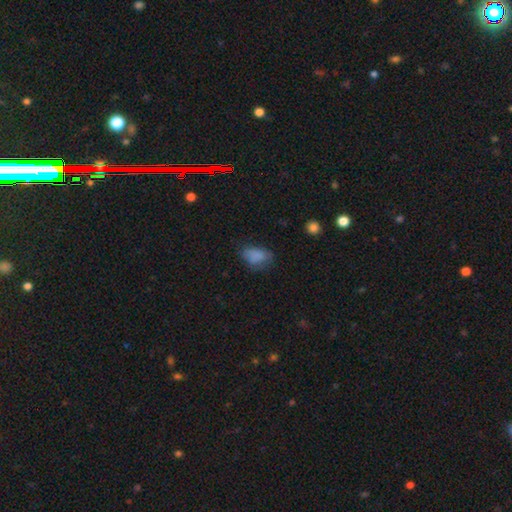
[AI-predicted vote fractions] A smooth galaxy with no disk features (79%) that is in between round and cigar-shaped (87%).

Vote fractions:
- Smooth or featured? smooth: 79% / star or artifact: 11% / featured or disk: 10%
- How rounded? in between: 87% / round: 11% / cigar-shaped: 2%
- Merging? none: 53% / minor disturbance: 30% / major disturbance: 14% / merger: 2%